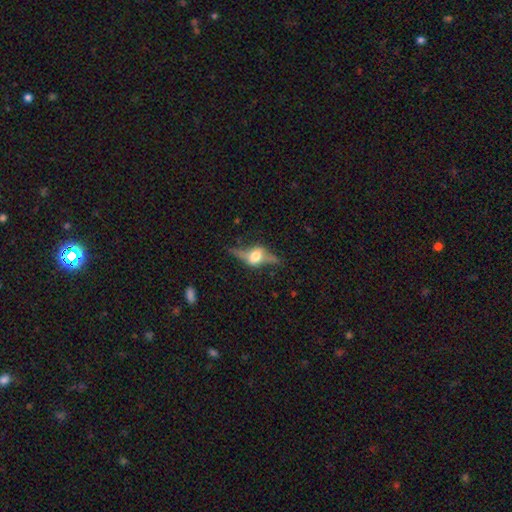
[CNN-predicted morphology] featured or disk 74%, smooth 17%, star or artifact 9%. Down the decision tree: edge-on disk — yes (87%); edge-on bulge — rounded (93%); merging — none (72%).